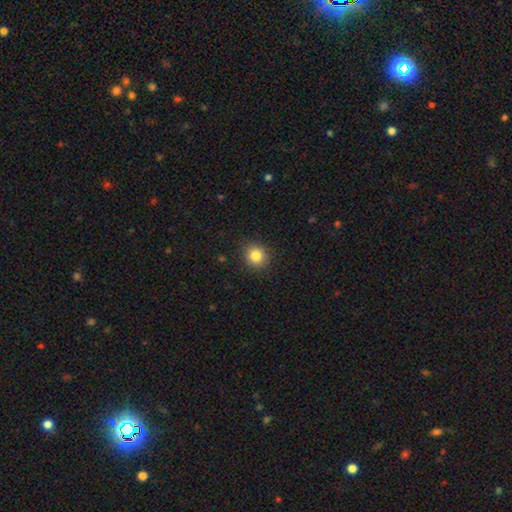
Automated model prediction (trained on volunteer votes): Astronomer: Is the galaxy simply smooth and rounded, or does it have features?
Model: smooth — 84%.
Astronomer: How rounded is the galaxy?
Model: round — 86%.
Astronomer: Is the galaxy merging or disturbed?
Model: none — 90%.